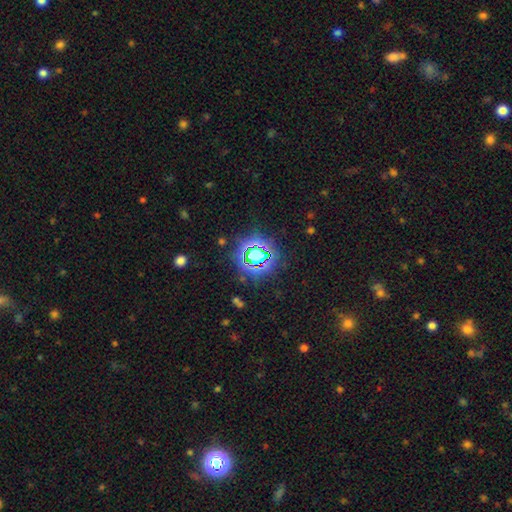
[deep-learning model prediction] The model was most divided on "smooth or featured": star or artifact: 68%, smooth: 20%, featured or disk: 11%.